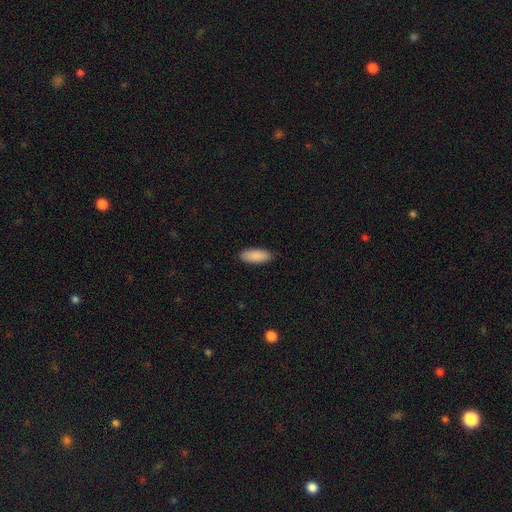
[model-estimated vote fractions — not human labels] Morphology: type=smooth (90%); roundness=in between (79%); merging=none (89%).